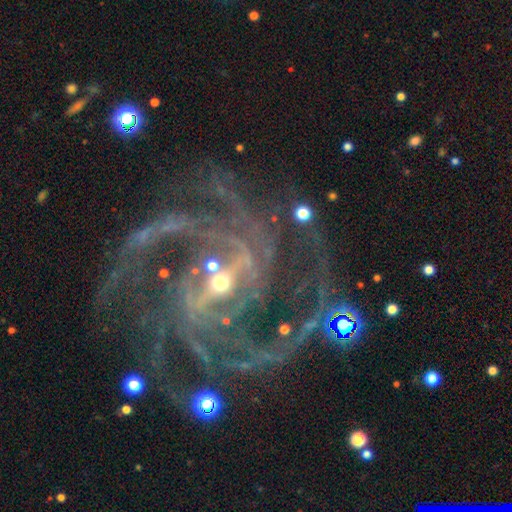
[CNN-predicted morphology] This is clearly a featured or disk galaxy (91%). It is clearly not viewed edge-on (98%). Bar: marginally weak (41%, tied with strong). Spiral arm pattern: clearly yes (99%). Spiral arm count: marginally 3 (23%, tied with 4). Spiral winding: possibly medium (53%). Central bulge: likely small (71%). Merging: likely none (69%).